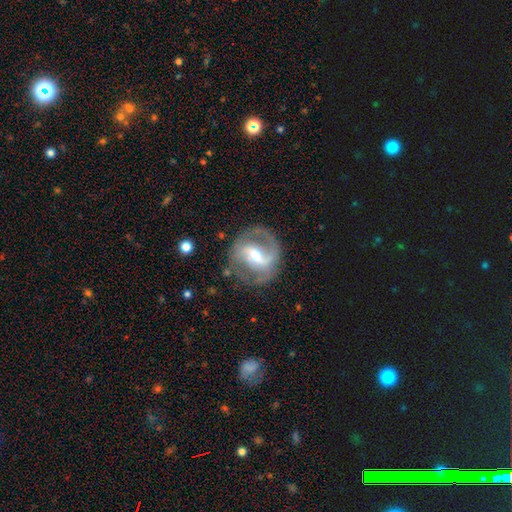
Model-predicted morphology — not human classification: smooth-or-featured: featured or disk: 83% | smooth: 11% | star or artifact: 6%
  disk-edge-on: no: 96% | yes: 4%
    bar: weak: 43% | strong: 41% | no: 16%
    has-spiral-arms: yes: 89% | no: 11%
      spiral-winding: medium: 47% | loose: 30% | tight: 23%
      spiral-arm-count: 2: 75% | 1: 13% | can't tell: 8% | 3: 2% | 4: 1% | more than 4: 1%
    bulge-size: moderate: 59% | small: 34% | large: 5% | none: 1% | dominant: 1%
  merging: none: 72% | minor disturbance: 16% | major disturbance: 10% | merger: 2%